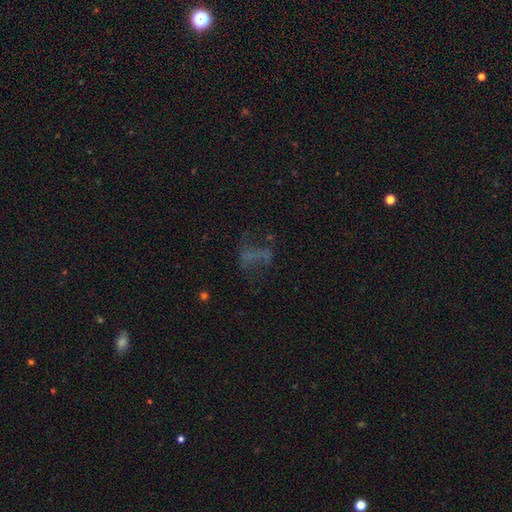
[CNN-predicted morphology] Smooth or featured? Predicted: featured or disk (p=0.37). Merging? Predicted: none (p=0.46).